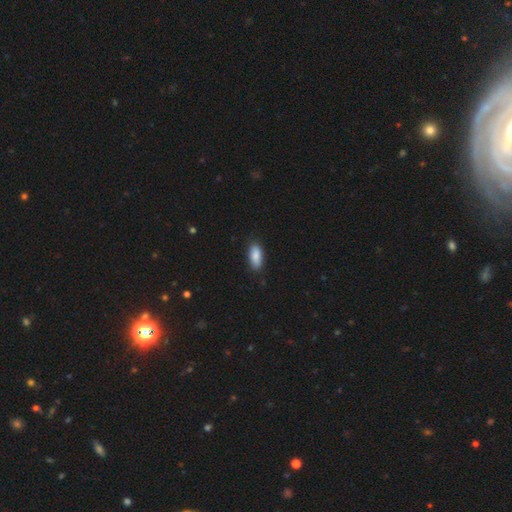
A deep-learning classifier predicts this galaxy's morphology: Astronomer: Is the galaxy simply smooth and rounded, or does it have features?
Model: smooth — 88%.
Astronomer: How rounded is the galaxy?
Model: in between — 85%.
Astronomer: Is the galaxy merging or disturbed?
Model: none — 85%.